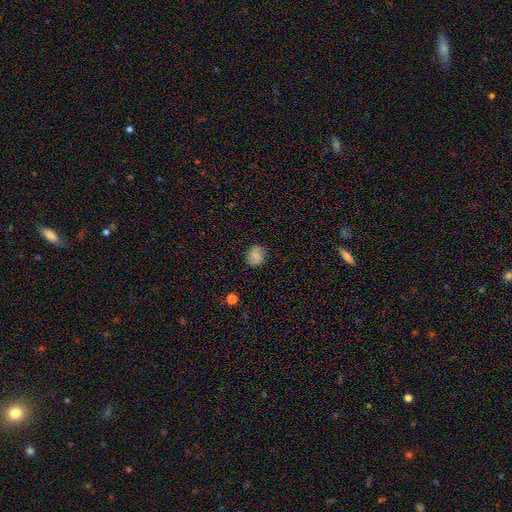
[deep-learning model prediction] A smooth galaxy with no disk features (73%) that is round (67%).

Vote fractions:
- Smooth or featured? smooth: 73% / featured or disk: 16% / star or artifact: 11%
- How rounded? round: 67% / in between: 32% / cigar-shaped: 1%
- Merging? none: 80% / minor disturbance: 15% / major disturbance: 4% / merger: 1%